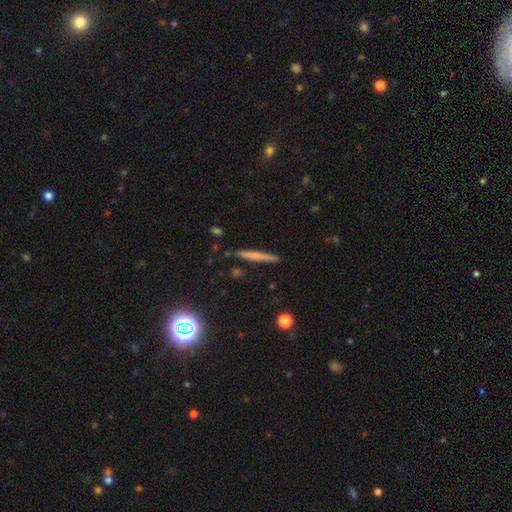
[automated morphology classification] smooth_or_featured: smooth (p=0.59) [alt: featured or disk p=0.32]
how_rounded: cigar-shaped (p=0.95) [alt: in between p=0.03]
merging: none (p=0.87) [alt: minor disturbance p=0.09]